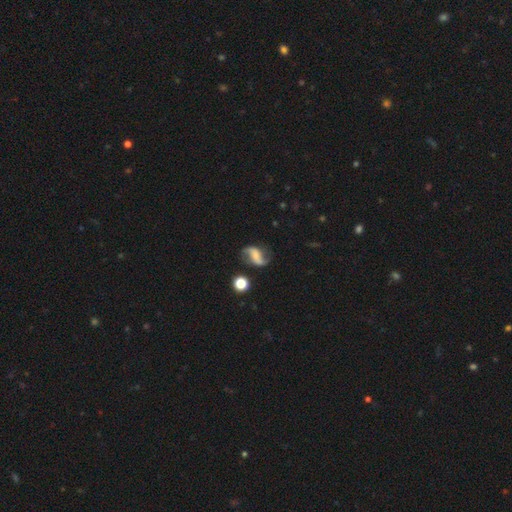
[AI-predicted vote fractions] featured or disk 77%, smooth 15%, star or artifact 8%. Down the decision tree: edge-on disk — no (97%); bar — weak (37%); spiral arms — yes (94%); spiral arm count — 2 (92%); spiral winding — loose (76%); bulge size — none (44%); merging — none (72%).